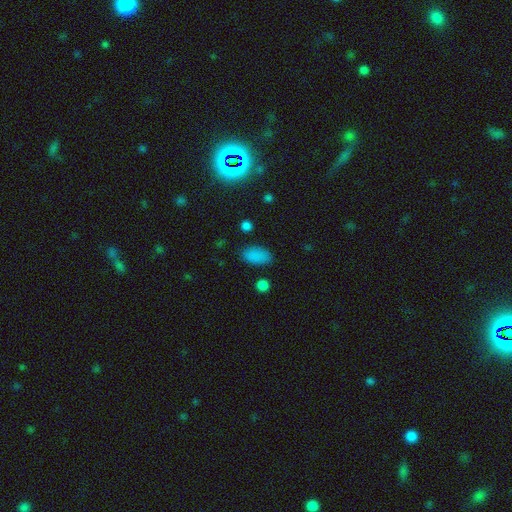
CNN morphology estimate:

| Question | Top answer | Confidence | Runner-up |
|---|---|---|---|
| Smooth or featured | smooth | 84% | star or artifact (11%) |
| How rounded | in between | 93% | round (5%) |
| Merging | none | 80% | minor disturbance (14%) |